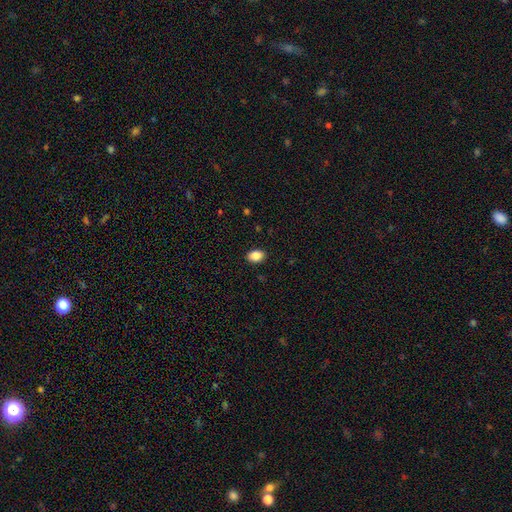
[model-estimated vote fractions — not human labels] Smooth or featured? smooth (88%)
How rounded? in between (81%)
Merging? none (90%)